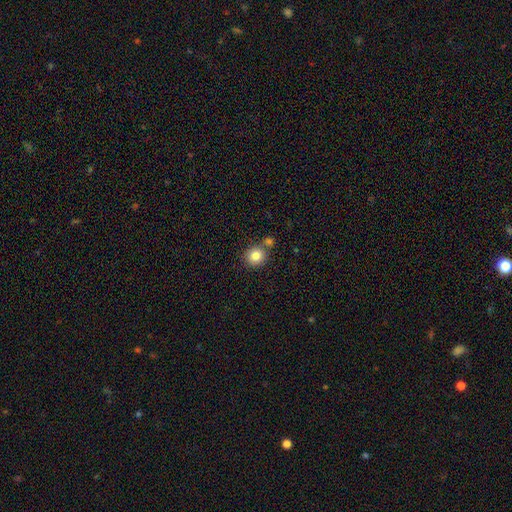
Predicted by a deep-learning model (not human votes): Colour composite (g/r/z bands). It shows a smooth galaxy with no disk features (83%) that is round (86%). Merging: none (69%).